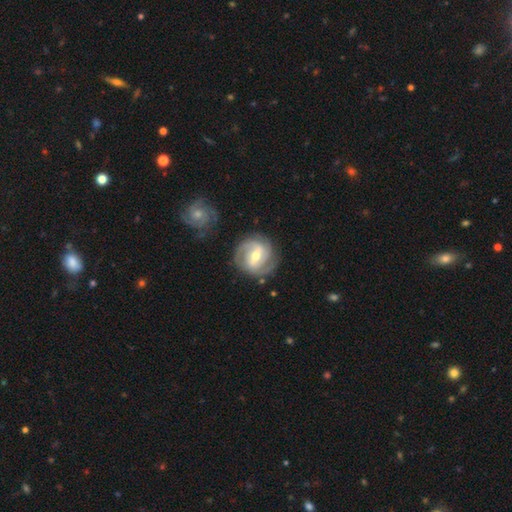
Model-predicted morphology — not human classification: Smooth or featured? Predicted: featured or disk (p=0.86). Edge-on disk? Predicted: no (p=0.97). Bar? Predicted: weak (p=0.45). Spiral arms? Predicted: yes (p=0.96). Spiral winding? Predicted: tight (p=0.50). Spiral arm count? Predicted: 2 (p=0.58). Bulge size? Predicted: moderate (p=0.65). Merging? Predicted: none (p=0.80).